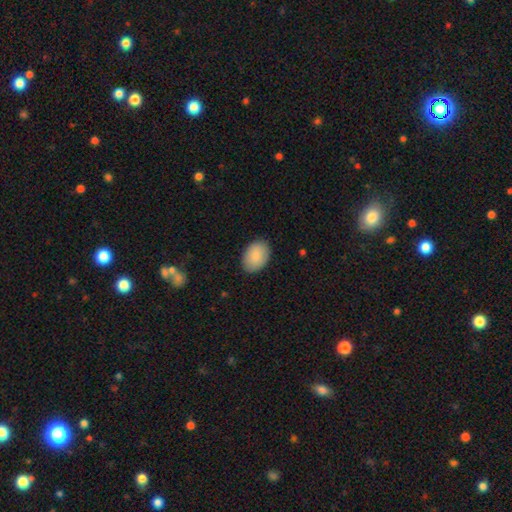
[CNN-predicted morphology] smooth_or_featured: smooth (p=0.88) [alt: featured or disk p=0.06]
how_rounded: in between (p=0.86) [alt: round p=0.13]
merging: none (p=0.87) [alt: minor disturbance p=0.09]